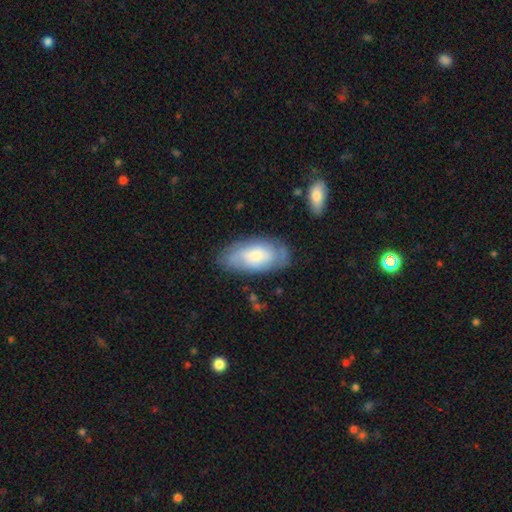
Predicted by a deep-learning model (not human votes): Smooth or featured: smooth — 53% (featured or disk — 41%)
How rounded: in between — 92% (cigar-shaped — 5%)
Merging: none — 71% (minor disturbance — 21%)